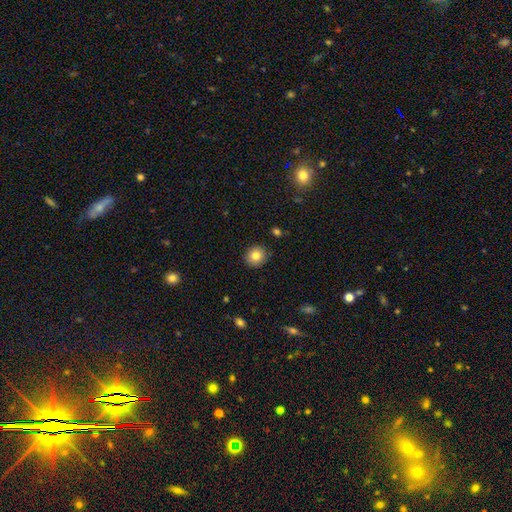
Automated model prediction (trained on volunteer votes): A smooth galaxy with no disk features (82%) that is round (86%).

Vote fractions:
- Smooth or featured? smooth: 82% / star or artifact: 10% / featured or disk: 8%
- How rounded? round: 86% / in between: 13% / cigar-shaped: 1%
- Merging? none: 89% / minor disturbance: 8% / major disturbance: 2% / merger: 1%